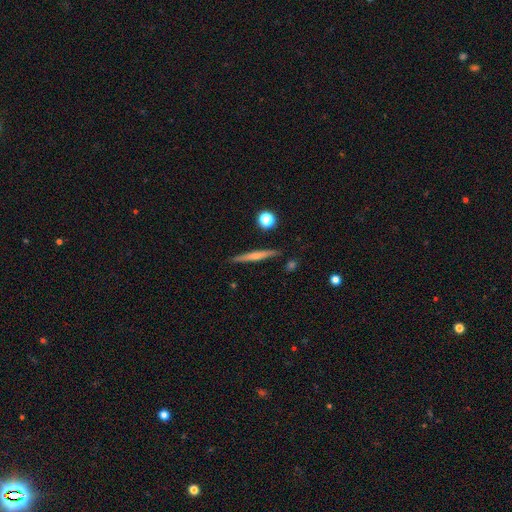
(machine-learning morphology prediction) Q: Smooth or featured?
A: featured or disk (49%); runner-up: smooth (44%)
Q: Merging?
A: none (87%); runner-up: minor disturbance (9%)